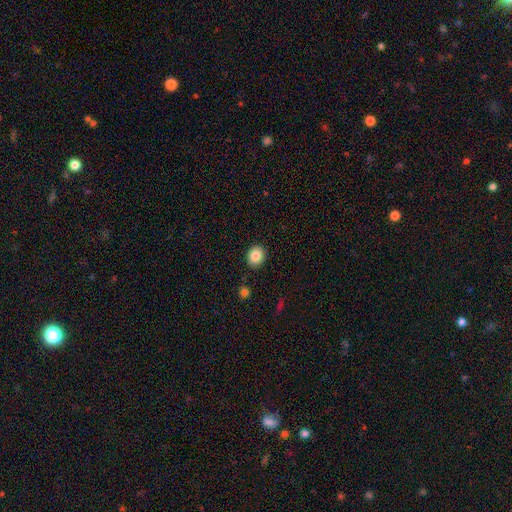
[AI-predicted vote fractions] Q: Smooth or featured?
A: smooth (86%); runner-up: star or artifact (9%)
Q: How rounded?
A: round (65%); runner-up: in between (34%)
Q: Merging?
A: none (89%); runner-up: minor disturbance (8%)